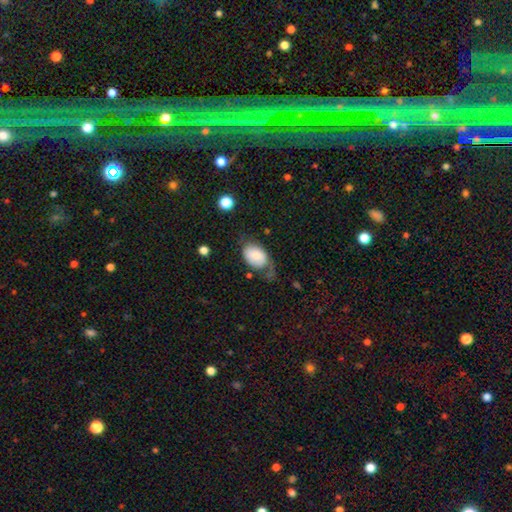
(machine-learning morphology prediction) Q: Smooth or featured?
A: smooth (73%); runner-up: featured or disk (20%)
Q: How rounded?
A: in between (82%); runner-up: round (17%)
Q: Merging?
A: none (37%); runner-up: minor disturbance (31%)